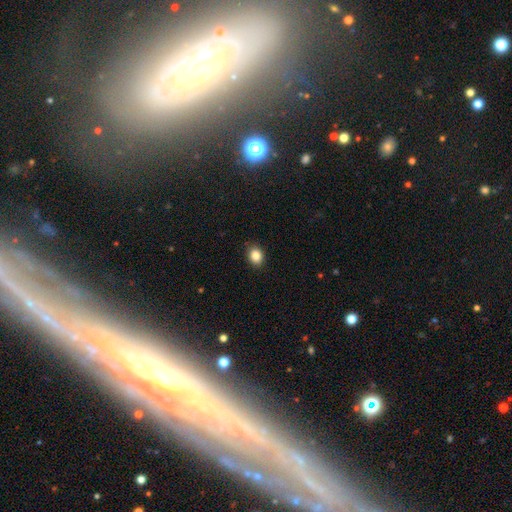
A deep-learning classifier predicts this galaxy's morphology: The model was most divided on "how rounded": in between: 55%, round: 44%, cigar-shaped: 1%. More confident: merging — none (87%); smooth or featured — smooth (86%).